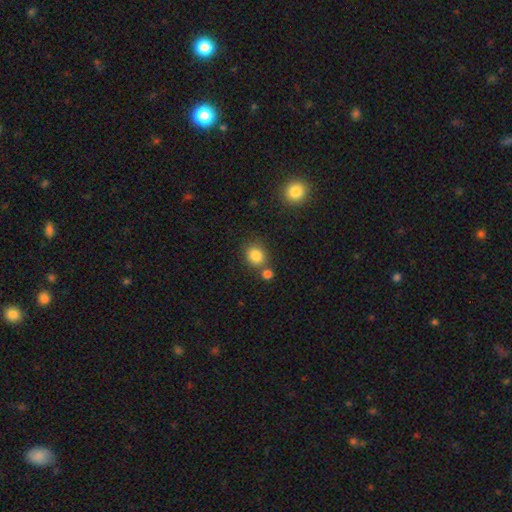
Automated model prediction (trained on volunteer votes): smooth_or_featured: smooth (p=0.84) [alt: star or artifact p=0.11]
how_rounded: round (p=0.72) [alt: in between p=0.27]
merging: none (p=0.67) [alt: merger p=0.18]